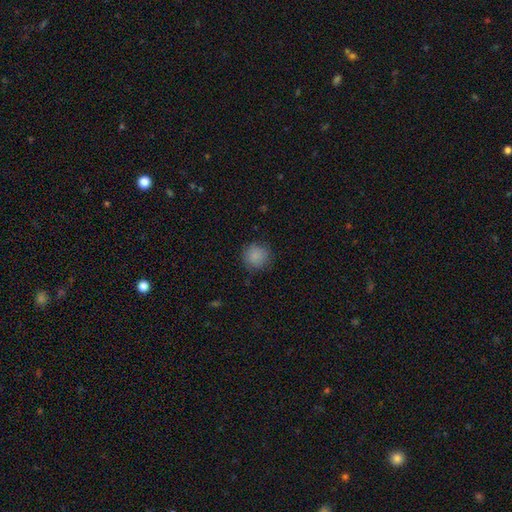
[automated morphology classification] Smooth or featured? smooth (86%)
How rounded? round (92%)
Merging? none (84%)